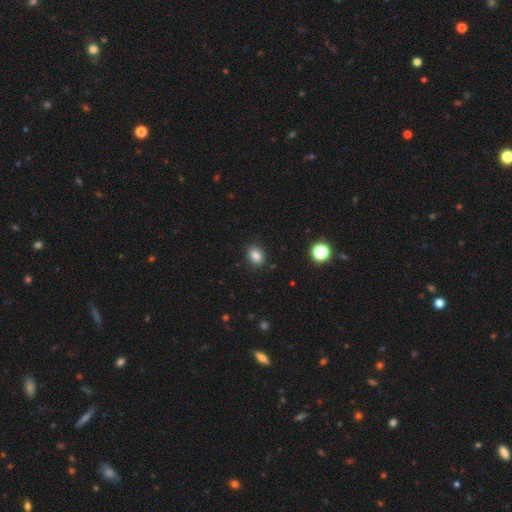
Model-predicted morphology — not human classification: smooth-or-featured: smooth: 84% | star or artifact: 11% | featured or disk: 5%
  how-rounded: in between: 60% | round: 39% | cigar-shaped: 1%
  merging: none: 88% | minor disturbance: 8% | major disturbance: 2% | merger: 1%